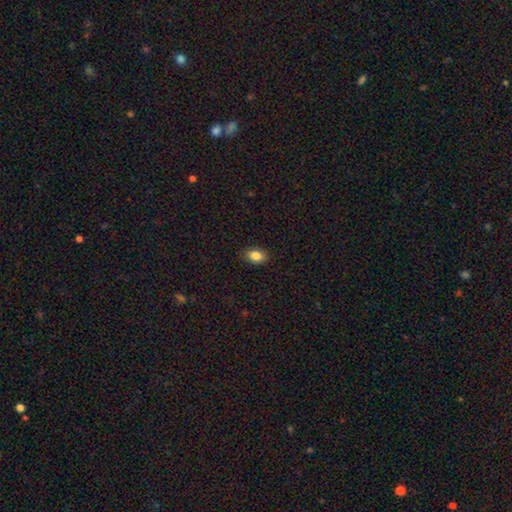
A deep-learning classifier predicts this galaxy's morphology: This is clearly a smooth galaxy (85%). How rounded: clearly in between (83%). Merging: clearly none (87%).